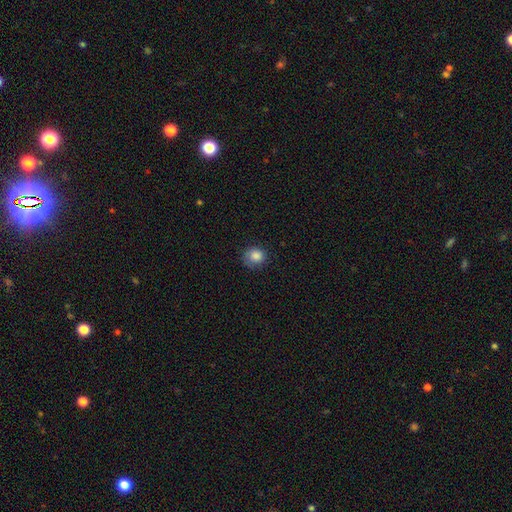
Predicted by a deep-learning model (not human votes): This appears to be a smooth galaxy with no disk features (83%) that is round (80%). Merging: none (69%).